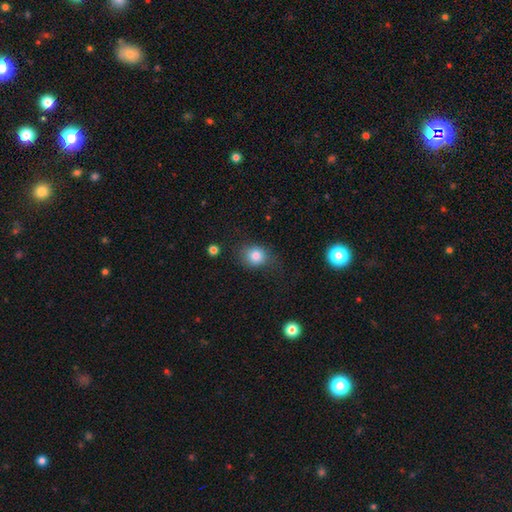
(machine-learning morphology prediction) Smooth or featured? Predicted: smooth (p=0.82). How rounded? Predicted: round (p=0.69). Merging? Predicted: none (p=0.66).